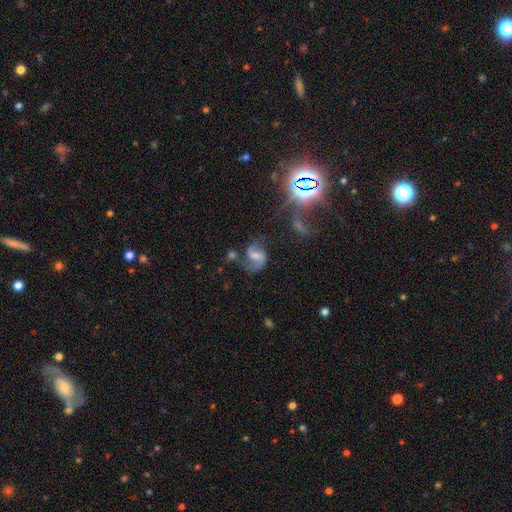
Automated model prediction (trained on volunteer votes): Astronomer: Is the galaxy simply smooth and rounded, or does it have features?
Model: featured or disk — 74%.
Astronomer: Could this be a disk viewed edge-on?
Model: no — 98%.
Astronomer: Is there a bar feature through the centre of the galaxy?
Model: weak — 49% (runner-up: no, 27%).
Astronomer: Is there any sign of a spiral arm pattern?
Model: yes — 93%.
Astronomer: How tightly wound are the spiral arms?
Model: medium — 47% (runner-up: loose, 40%).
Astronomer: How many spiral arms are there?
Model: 2 — 81%.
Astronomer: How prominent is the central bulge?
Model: small — 43% (runner-up: moderate, 40%).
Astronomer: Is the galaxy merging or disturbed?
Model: none — 50%.